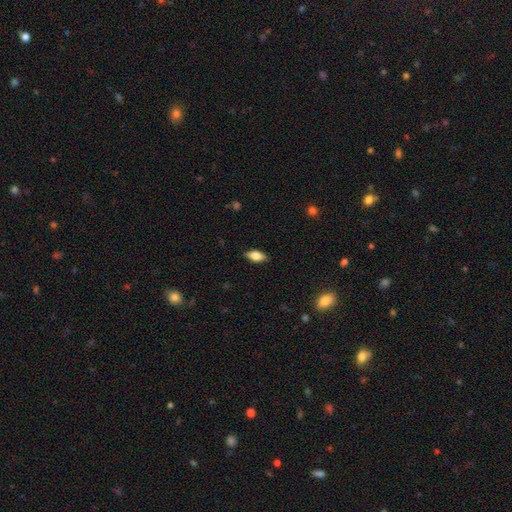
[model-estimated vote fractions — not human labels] Q: Smooth or featured?
A: smooth (76%); runner-up: featured or disk (17%)
Q: How rounded?
A: in between (87%); runner-up: cigar-shaped (10%)
Q: Merging?
A: none (86%); runner-up: minor disturbance (10%)